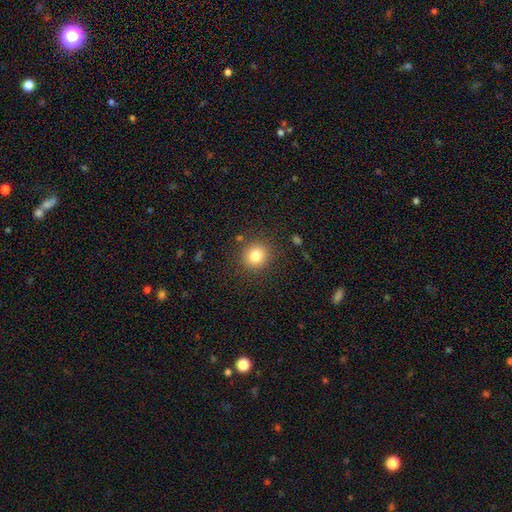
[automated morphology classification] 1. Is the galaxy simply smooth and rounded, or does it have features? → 81% smooth, 12% star or artifact, 7% featured or disk.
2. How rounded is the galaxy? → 90% round, 10% in between, 1% cigar-shaped.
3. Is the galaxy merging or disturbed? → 88% none, 8% minor disturbance, 3% major disturbance, 2% merger.